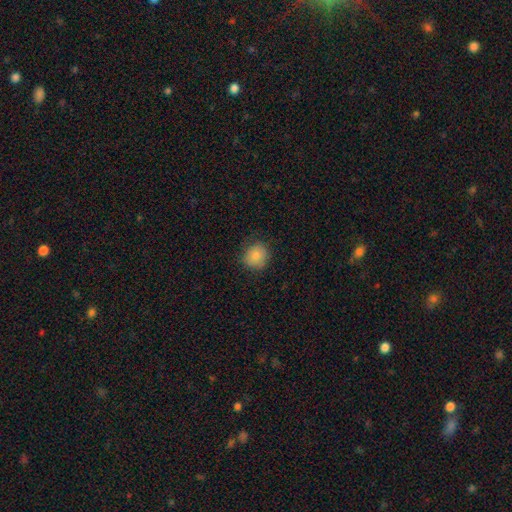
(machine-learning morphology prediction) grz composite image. It shows a smooth galaxy with no disk features (84%) that is round (87%). Merging: none (81%).